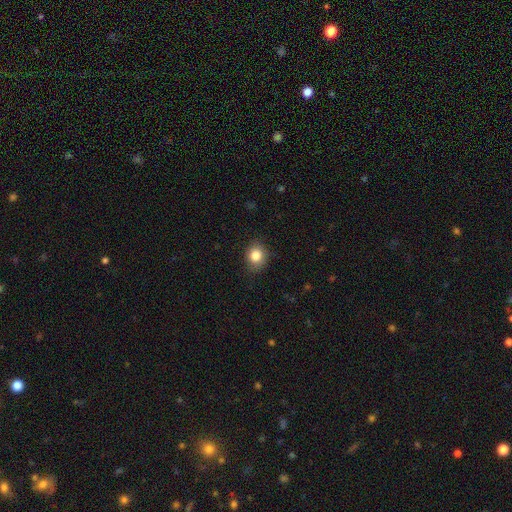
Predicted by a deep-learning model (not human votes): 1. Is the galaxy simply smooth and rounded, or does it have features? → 84% smooth, 10% star or artifact, 6% featured or disk.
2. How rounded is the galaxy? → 65% round, 34% in between, 1% cigar-shaped.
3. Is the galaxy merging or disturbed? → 83% none, 14% minor disturbance, 3% major disturbance, 1% merger.